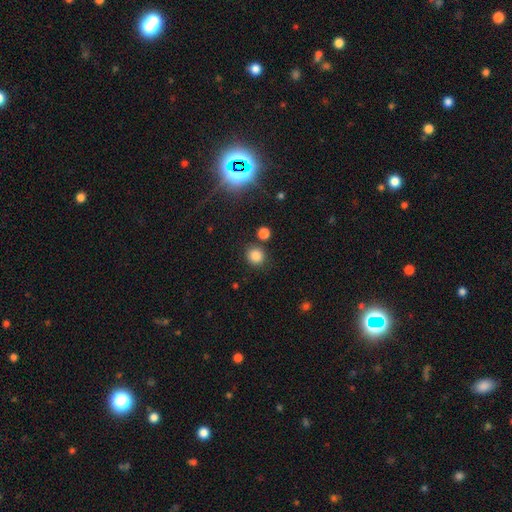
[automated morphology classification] smooth-or-featured: smooth: 83% | star or artifact: 13% | featured or disk: 4%
  how-rounded: round: 87% | in between: 12% | cigar-shaped: 1%
  merging: none: 82% | minor disturbance: 9% | merger: 7% | major disturbance: 3%